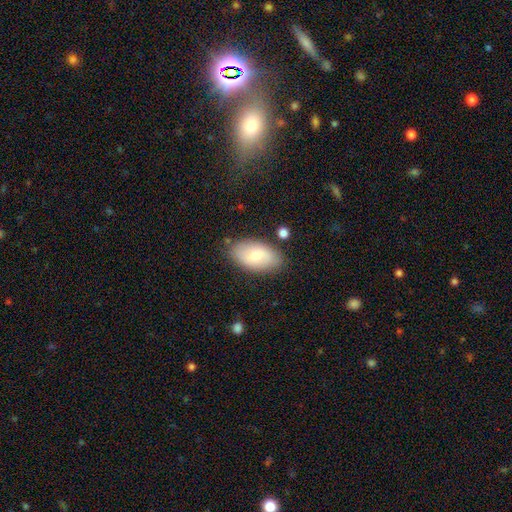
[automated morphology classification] smooth_or_featured: smooth (p=0.67) [alt: featured or disk p=0.27]
how_rounded: in between (p=0.93) [alt: round p=0.05]
merging: none (p=0.79) [alt: minor disturbance p=0.15]